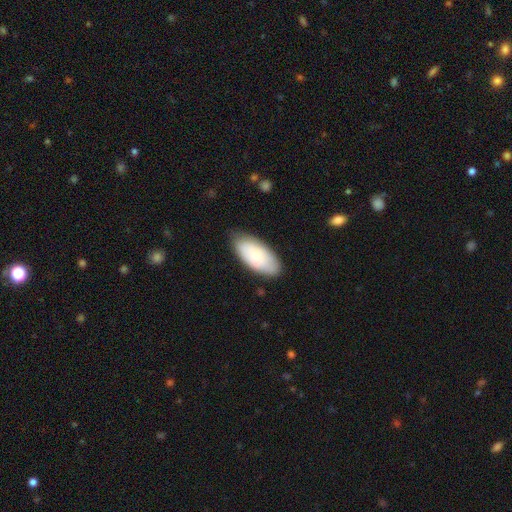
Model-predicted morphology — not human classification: type=smooth (73%); roundness=in between (93%); merging=none (79%).